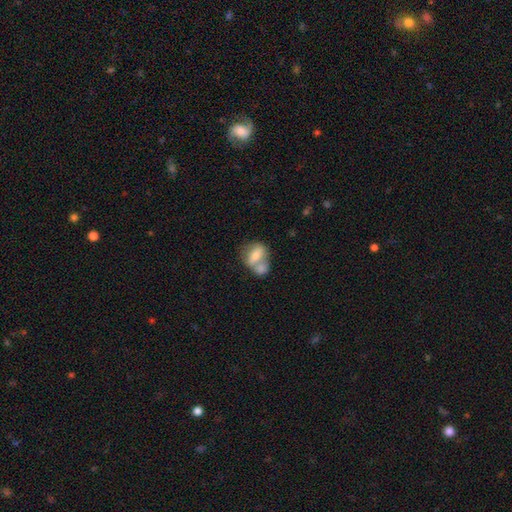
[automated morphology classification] Smooth or featured: smooth — 66% (featured or disk — 27%)
How rounded: in between — 70% (round — 26%)
Merging: merger — 62% (none — 23%)